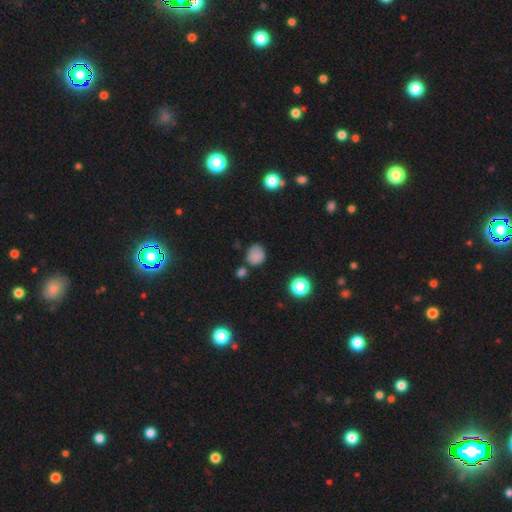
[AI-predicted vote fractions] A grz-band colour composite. It shows a smooth galaxy with no disk features (80%) that is round (74%). Merging: none (68%).